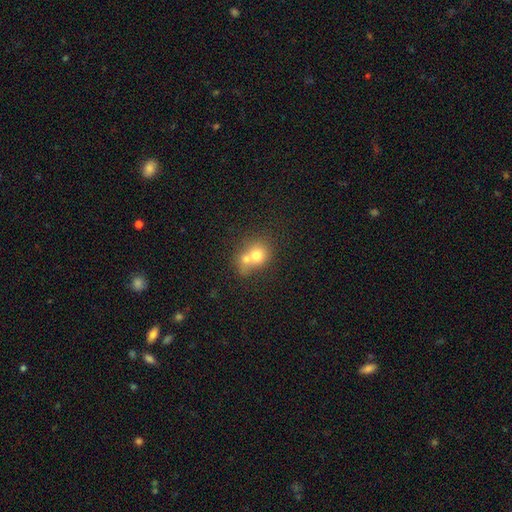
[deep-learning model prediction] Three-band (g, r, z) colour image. It shows a smooth galaxy with no disk features (70%) that is round (71%). Merging: merger (64%).